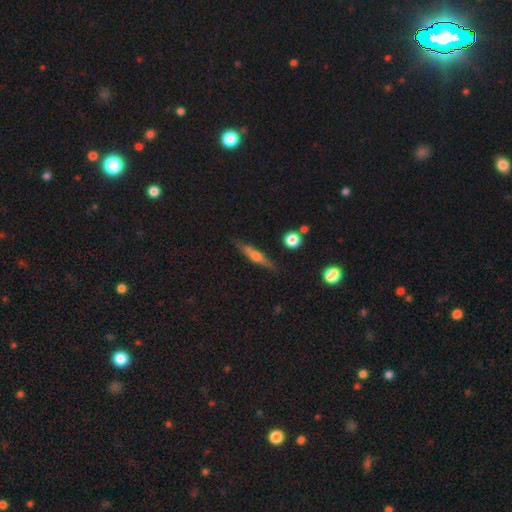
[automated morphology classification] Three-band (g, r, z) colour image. It shows a featured or disk galaxy (52%) viewed edge-on (92%). Merging: none (80%).